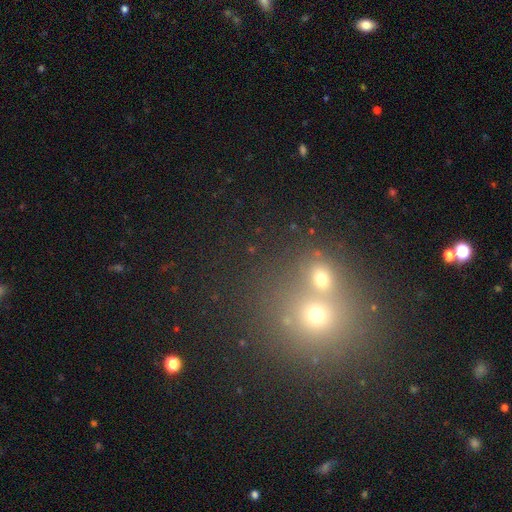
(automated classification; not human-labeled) The model was most divided on "merging": none: 47%, merger: 43%, minor disturbance: 7%, major disturbance: 4%. Remaining: smooth or featured — smooth (47%).